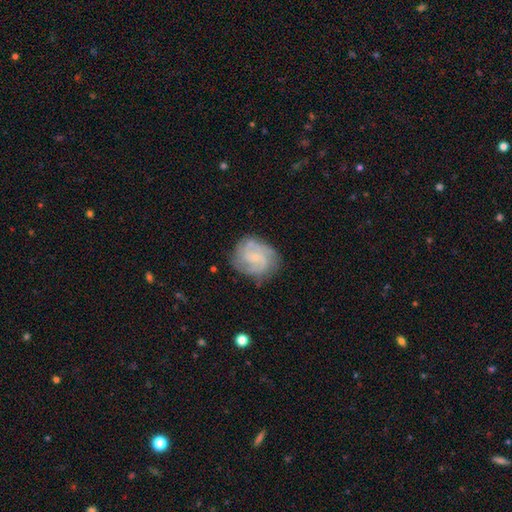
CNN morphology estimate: Smooth or featured: featured or disk — 79% (smooth — 15%)
Edge-on disk: no — 98% (yes — 2%)
Bar: no — 58% (weak — 36%)
Spiral arms: yes — 95% (no — 5%)
Spiral winding: tight — 49% (medium — 41%)
Spiral arm count: 2 — 34% (3 — 30%)
Bulge size: small — 62% (none — 21%)
Merging: none — 75% (minor disturbance — 17%)